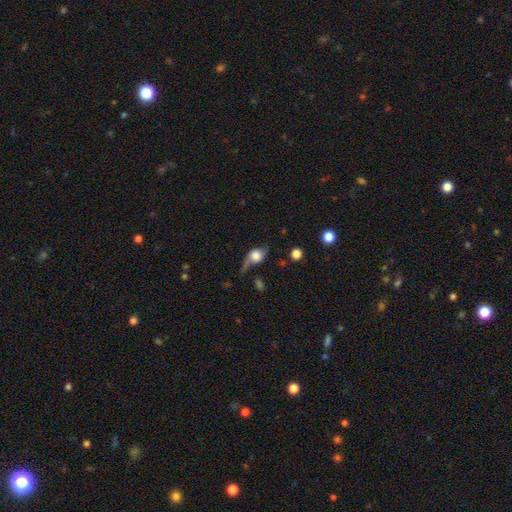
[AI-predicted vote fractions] Smooth or featured?
  - smooth: 55% *
  - featured or disk: 36%
  - star or artifact: 10%
How rounded?
  - round: 49% *
  - in between: 47%
  - cigar-shaped: 4%
Merging?
  - none: 36% *
  - minor disturbance: 29%
  - major disturbance: 28%
  - merger: 7%